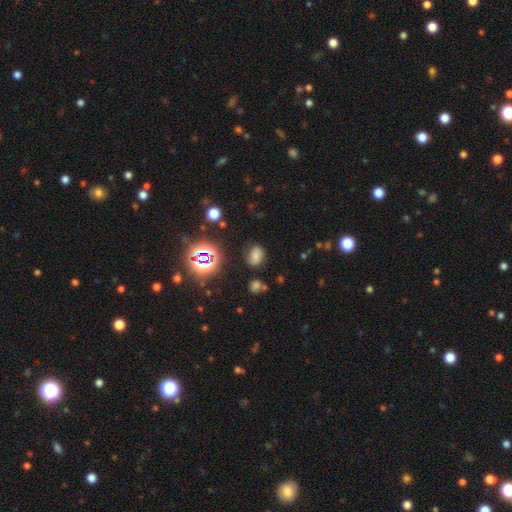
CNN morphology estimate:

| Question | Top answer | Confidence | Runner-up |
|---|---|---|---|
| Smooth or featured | smooth | 63% | star or artifact (26%) |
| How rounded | in between | 75% | round (24%) |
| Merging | none | 77% | minor disturbance (15%) |